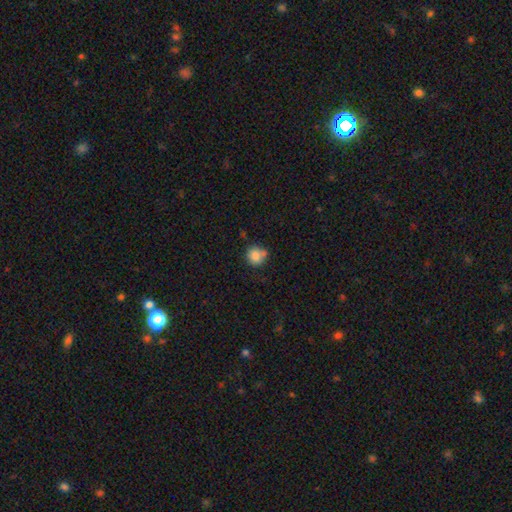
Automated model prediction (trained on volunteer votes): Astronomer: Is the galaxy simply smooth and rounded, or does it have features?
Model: smooth — 83%.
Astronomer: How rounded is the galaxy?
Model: round — 89%.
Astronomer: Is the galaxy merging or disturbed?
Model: none — 64%.